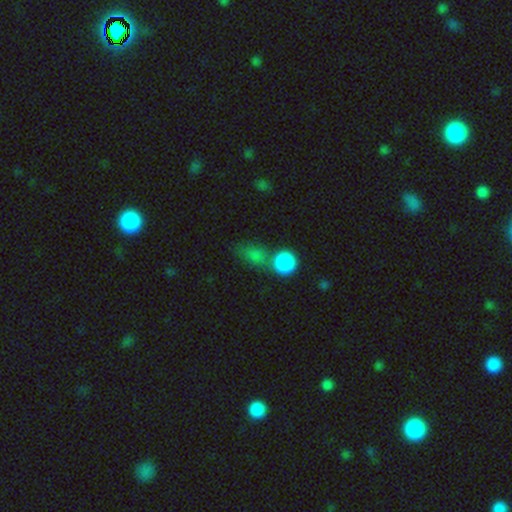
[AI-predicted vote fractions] Smooth or featured?
  - smooth: 79% *
  - star or artifact: 13%
  - featured or disk: 7%
How rounded?
  - round: 48% *
  - in between: 47%
  - cigar-shaped: 5%
Merging?
  - none: 45% *
  - merger: 30%
  - minor disturbance: 15%
  - major disturbance: 9%